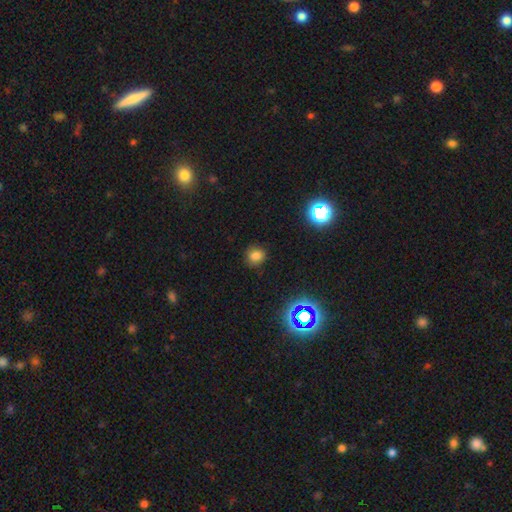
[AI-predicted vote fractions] Overall: smooth (76%). How rounded: round (78%). Merging: none (85%).